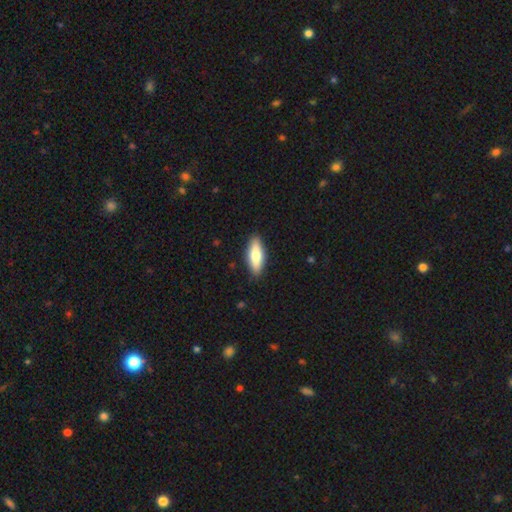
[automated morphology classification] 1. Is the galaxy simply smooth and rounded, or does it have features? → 73% smooth, 22% featured or disk, 5% star or artifact.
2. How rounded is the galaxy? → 59% in between, 39% cigar-shaped, 2% round.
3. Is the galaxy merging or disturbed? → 88% none, 9% minor disturbance, 2% major disturbance, 1% merger.